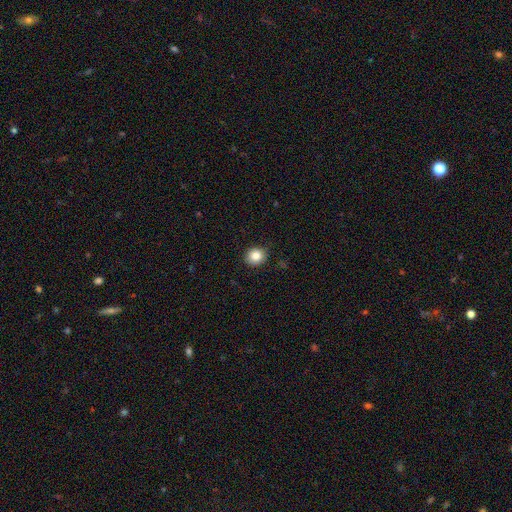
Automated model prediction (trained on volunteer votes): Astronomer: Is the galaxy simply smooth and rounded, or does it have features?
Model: smooth — 85%.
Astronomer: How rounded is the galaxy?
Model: round — 79%.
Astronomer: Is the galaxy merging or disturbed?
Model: none — 87%.